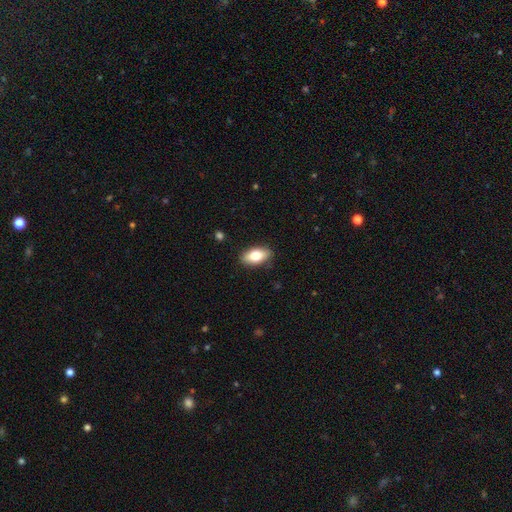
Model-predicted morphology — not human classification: Q: Smooth or featured?
A: smooth (78%); runner-up: featured or disk (15%)
Q: How rounded?
A: in between (89%); runner-up: cigar-shaped (6%)
Q: Merging?
A: none (87%); runner-up: minor disturbance (10%)